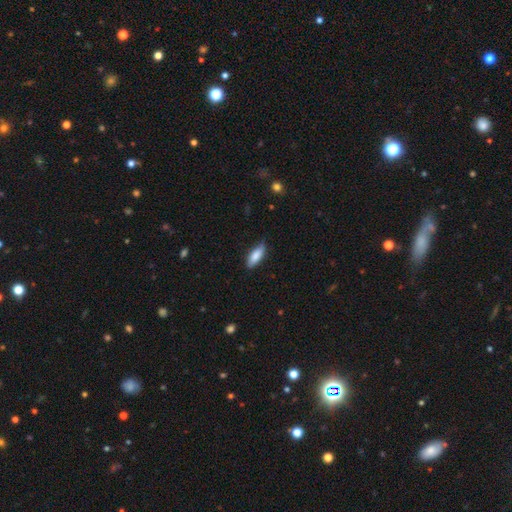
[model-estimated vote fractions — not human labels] Smooth or featured? Predicted: smooth (p=0.83). How rounded? Predicted: in between (p=0.70). Merging? Predicted: none (p=0.79).